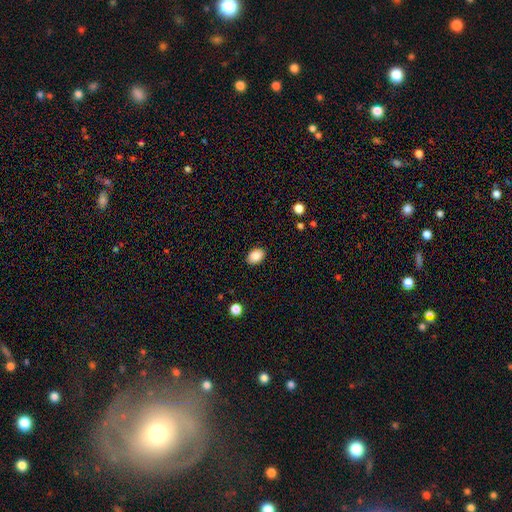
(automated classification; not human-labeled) This is clearly a smooth galaxy (88%). How rounded: likely in between (79%). Merging: clearly none (87%).